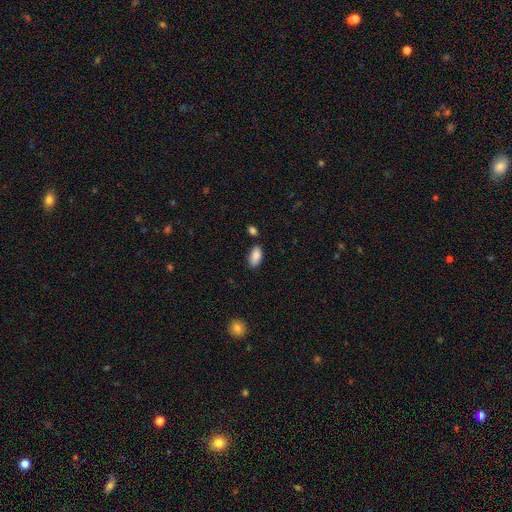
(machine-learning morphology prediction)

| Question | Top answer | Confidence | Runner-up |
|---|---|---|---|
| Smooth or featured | smooth | 88% | star or artifact (7%) |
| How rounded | in between | 93% | cigar-shaped (4%) |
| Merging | none | 78% | minor disturbance (14%) |